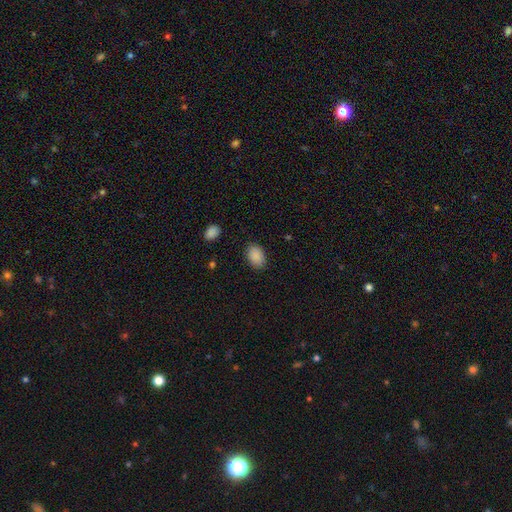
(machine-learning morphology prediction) A smooth galaxy with no disk features (89%) that is in between round and cigar-shaped (82%).

Vote fractions:
- Smooth or featured? smooth: 89% / star or artifact: 8% / featured or disk: 3%
- How rounded? in between: 82% / round: 17% / cigar-shaped: 1%
- Merging? none: 87% / minor disturbance: 10% / major disturbance: 3% / merger: 1%